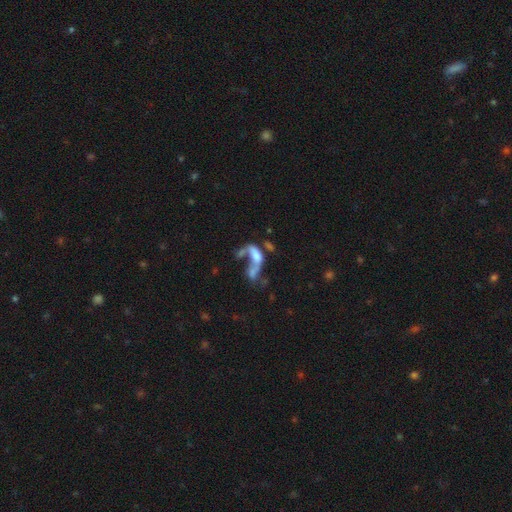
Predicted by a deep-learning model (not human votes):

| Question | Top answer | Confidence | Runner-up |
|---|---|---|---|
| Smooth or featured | smooth | 45% | featured or disk (41%) |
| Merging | merger | 55% | major disturbance (26%) |